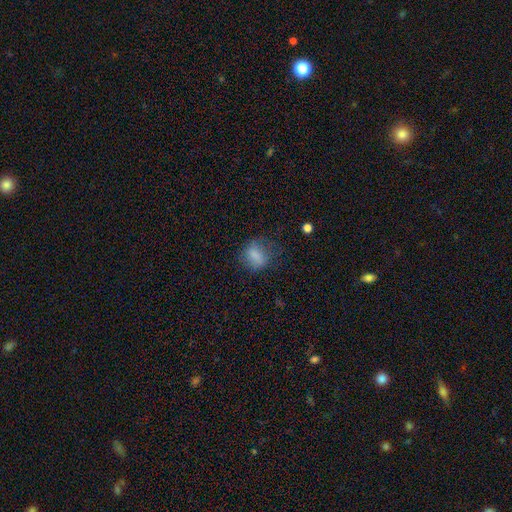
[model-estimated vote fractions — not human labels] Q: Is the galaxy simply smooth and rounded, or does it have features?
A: smooth — 76%.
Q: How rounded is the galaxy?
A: in between — 57%.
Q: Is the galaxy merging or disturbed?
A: none — 55%.